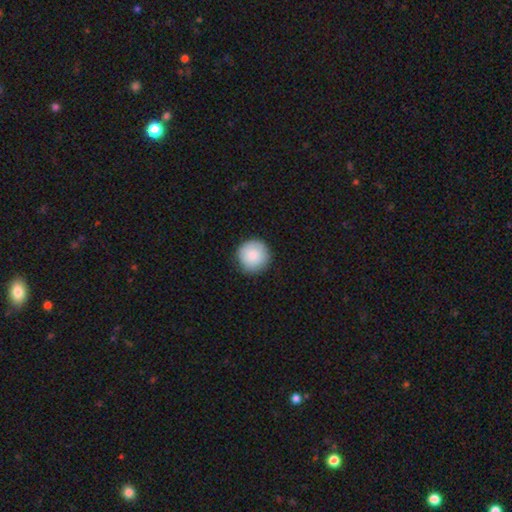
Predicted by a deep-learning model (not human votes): Smooth or featured? Predicted: smooth (p=0.87). How rounded? Predicted: round (p=0.96). Merging? Predicted: none (p=0.89).